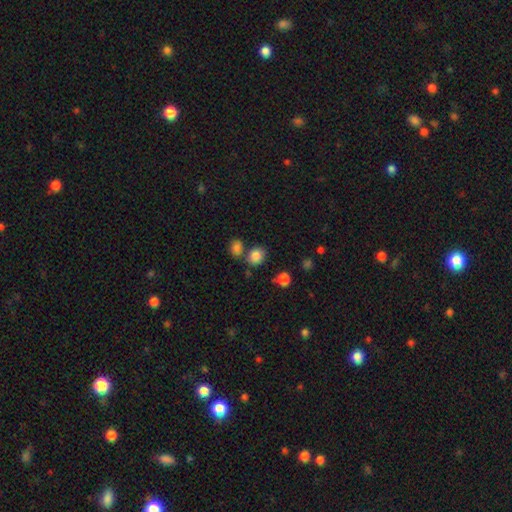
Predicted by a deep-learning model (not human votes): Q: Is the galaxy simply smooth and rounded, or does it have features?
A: smooth — 83%.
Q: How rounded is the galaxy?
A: round — 63%.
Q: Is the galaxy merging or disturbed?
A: none — 65%.